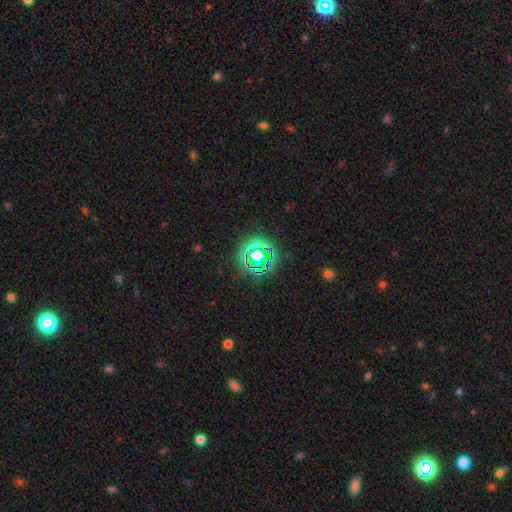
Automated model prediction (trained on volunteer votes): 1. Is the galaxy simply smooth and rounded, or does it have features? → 75% star or artifact, 16% smooth, 9% featured or disk.